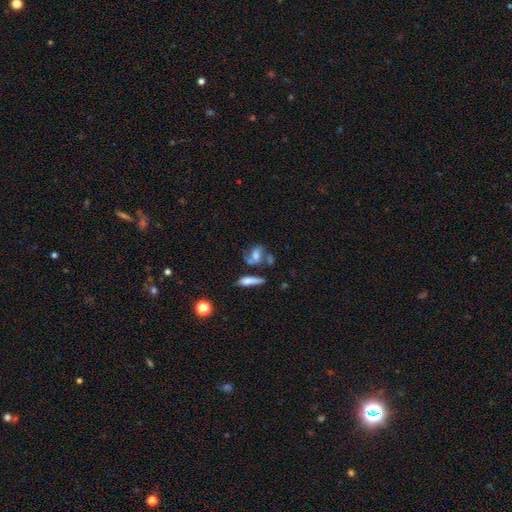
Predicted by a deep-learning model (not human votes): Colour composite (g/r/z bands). It shows a featured or disk galaxy (46%). Merging: none (43%).